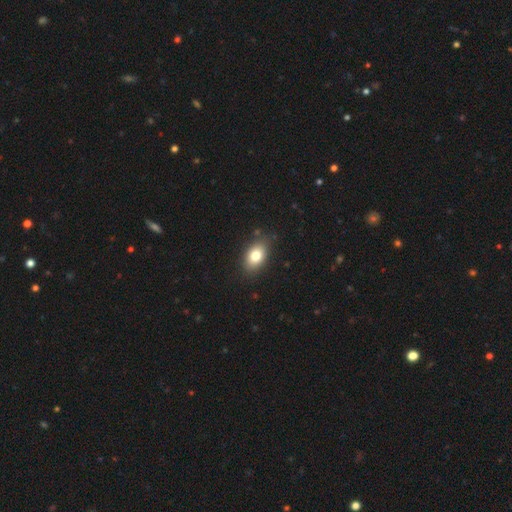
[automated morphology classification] Smooth or featured?
  - smooth: 78% *
  - featured or disk: 13%
  - star or artifact: 9%
How rounded?
  - in between: 83% *
  - round: 15%
  - cigar-shaped: 2%
Merging?
  - none: 84% *
  - minor disturbance: 12%
  - major disturbance: 3%
  - merger: 1%